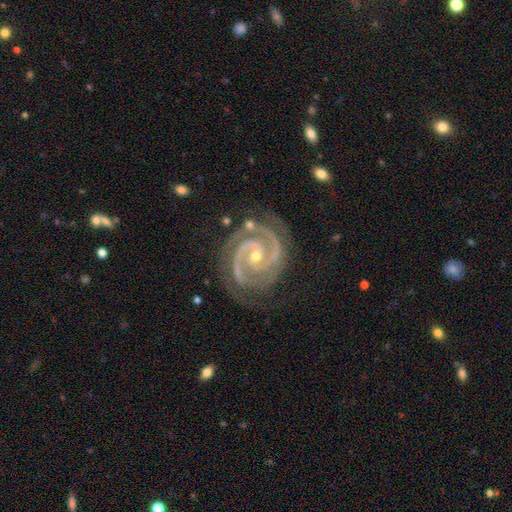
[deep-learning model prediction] Smooth or featured: featured or disk — 94% (star or artifact — 4%)
Edge-on disk: no — 98% (yes — 2%)
Bar: no — 53% (weak — 28%)
Spiral arms: yes — 99% (no — 1%)
Spiral winding: tight — 69% (medium — 29%)
Spiral arm count: 2 — 87% (3 — 7%)
Bulge size: small — 59% (moderate — 38%)
Merging: none — 78% (minor disturbance — 16%)